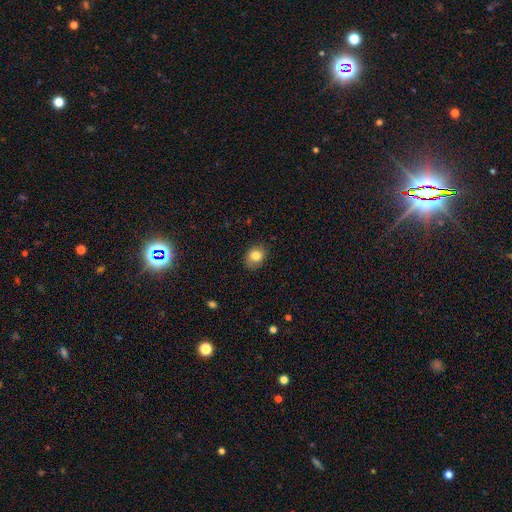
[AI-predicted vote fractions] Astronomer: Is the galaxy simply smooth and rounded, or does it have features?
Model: smooth — 81%.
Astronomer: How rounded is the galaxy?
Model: in between — 51% (runner-up: round, 48%).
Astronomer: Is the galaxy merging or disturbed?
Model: none — 79%.